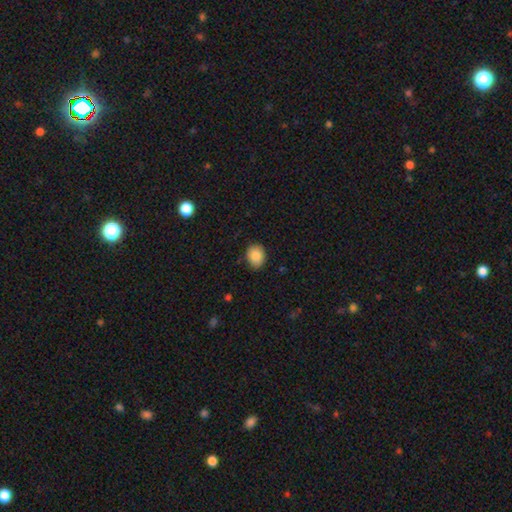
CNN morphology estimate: smooth_or_featured: smooth (p=0.87) [alt: star or artifact p=0.08]
how_rounded: in between (p=0.50) [alt: round p=0.49]
merging: none (p=0.83) [alt: minor disturbance p=0.14]